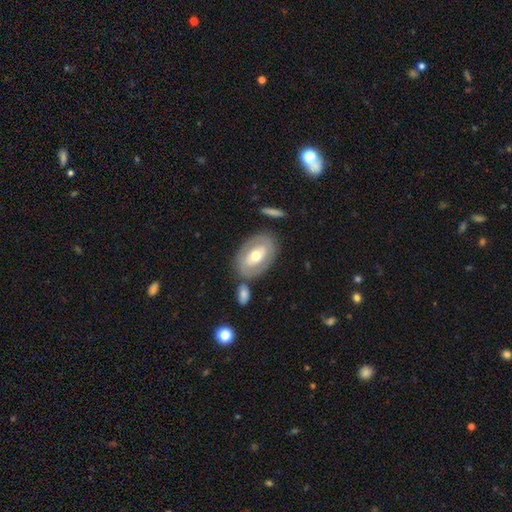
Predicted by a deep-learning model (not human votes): This is possibly a featured or disk galaxy (58%). It is clearly not viewed edge-on (91%). Bar: possibly no (56%). Spiral arm pattern: possibly no (57%). Central bulge: likely moderate (71%). Merging: likely none (73%).